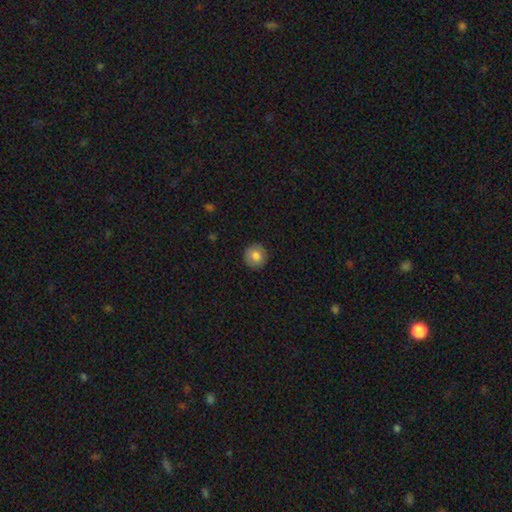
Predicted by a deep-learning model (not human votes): Smooth or featured?
  - smooth: 81% *
  - featured or disk: 11%
  - star or artifact: 8%
How rounded?
  - round: 94% *
  - in between: 5%
  - cigar-shaped: 1%
Merging?
  - none: 90% *
  - minor disturbance: 7%
  - major disturbance: 2%
  - merger: 1%